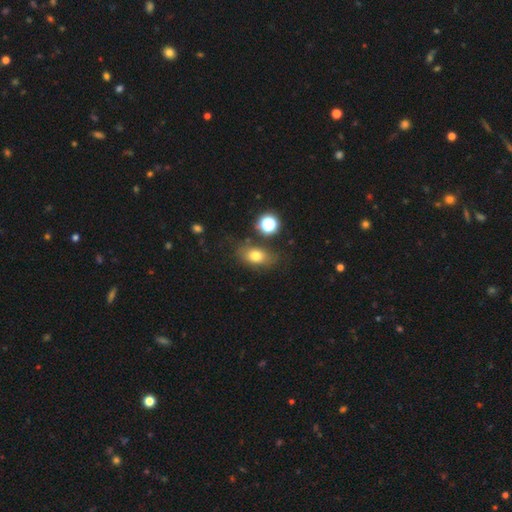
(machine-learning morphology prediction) Overall: smooth (74%). How rounded: in between (78%). Merging: none (70%).